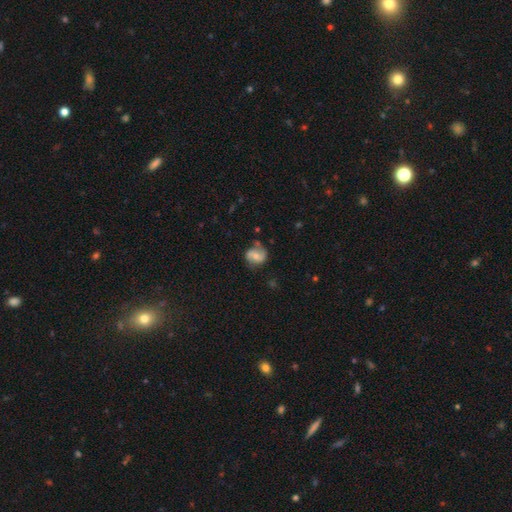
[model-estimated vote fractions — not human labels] smooth_or_featured: featured or disk (p=0.52) [alt: smooth p=0.40]
disk_edge_on: no (p=0.97) [alt: yes p=0.03]
bar: no (p=0.49) [alt: weak p=0.37]
has_spiral_arms: yes (p=0.82) [alt: no p=0.18]
bulge_size: moderate (p=0.52) [alt: small p=0.39]
merging: none (p=0.62) [alt: minor disturbance p=0.24]